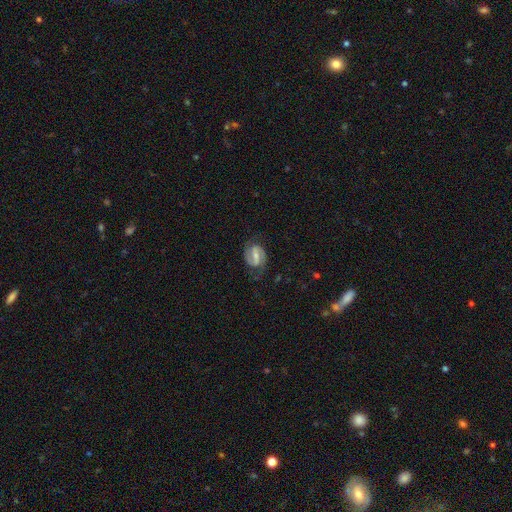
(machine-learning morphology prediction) smooth_or_featured: featured or disk (p=0.84) [alt: smooth p=0.11]
disk_edge_on: no (p=0.97) [alt: yes p=0.03]
bar: strong (p=0.48) [alt: weak p=0.40]
has_spiral_arms: yes (p=0.95) [alt: no p=0.05]
spiral_winding: medium (p=0.52) [alt: tight p=0.29]
spiral_arm_count: 2 (p=0.91) [alt: can't tell p=0.04]
bulge_size: small (p=0.46) [alt: moderate p=0.42]
merging: none (p=0.74) [alt: minor disturbance p=0.17]